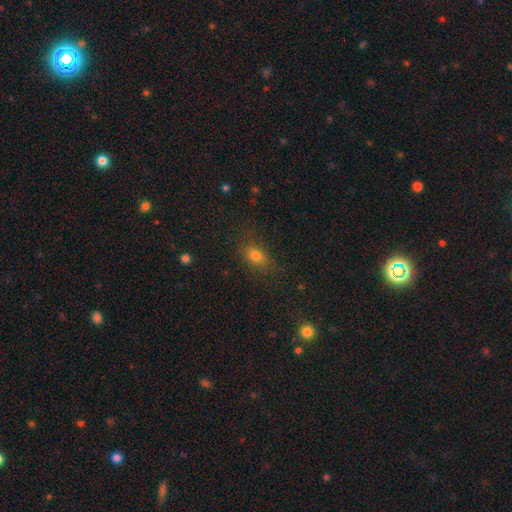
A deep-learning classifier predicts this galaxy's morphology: Smooth or featured: smooth — 77% (star or artifact — 14%)
How rounded: in between — 69% (round — 28%)
Merging: none — 79% (minor disturbance — 15%)